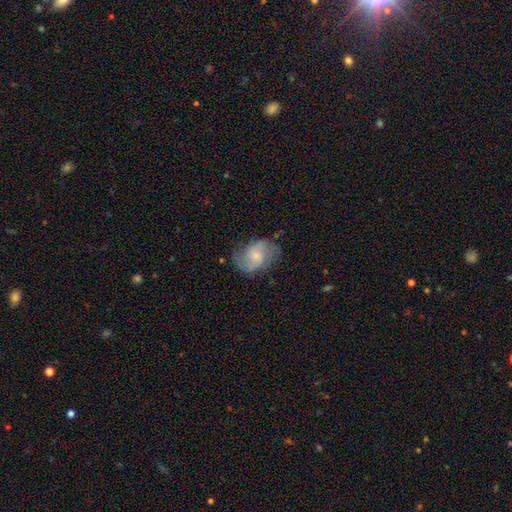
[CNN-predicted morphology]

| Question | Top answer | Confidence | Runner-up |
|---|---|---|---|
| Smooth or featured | featured or disk | 66% | smooth (27%) |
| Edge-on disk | no | 97% | yes (3%) |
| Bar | no | 53% | weak (40%) |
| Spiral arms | yes | 90% | no (10%) |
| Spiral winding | medium | 44% | loose (39%) |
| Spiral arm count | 2 | 85% | can't tell (8%) |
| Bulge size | small | 53% | moderate (33%) |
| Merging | none | 68% | minor disturbance (21%) |